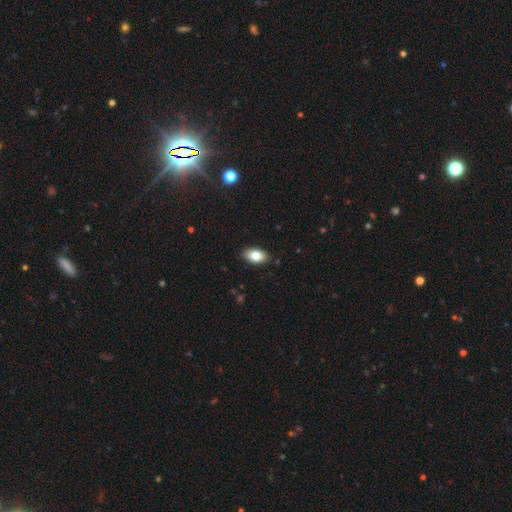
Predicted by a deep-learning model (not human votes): The model was most divided on "smooth or featured": smooth: 82%, featured or disk: 11%, star or artifact: 8%. More confident: how rounded — in between (92%); merging — none (88%).